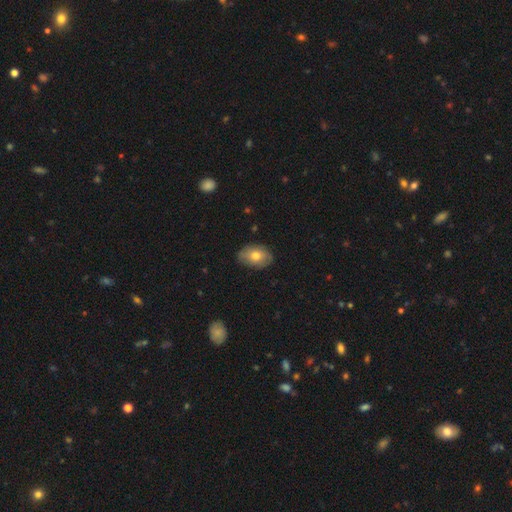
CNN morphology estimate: Overall: smooth (72%). How rounded: in between (83%). Merging: none (79%).